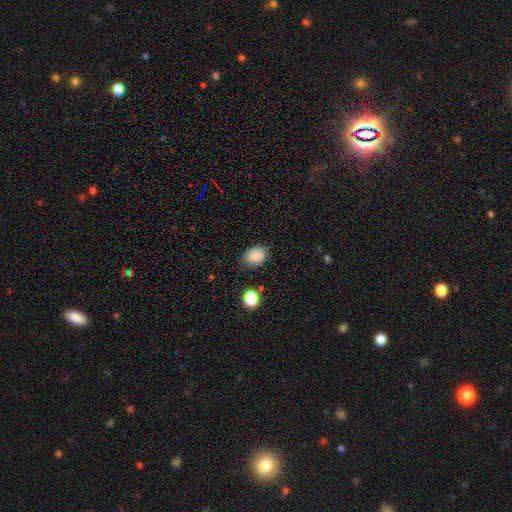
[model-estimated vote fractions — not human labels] Smooth or featured? Predicted: smooth (p=0.83). How rounded? Predicted: in between (p=0.58). Merging? Predicted: none (p=0.73).